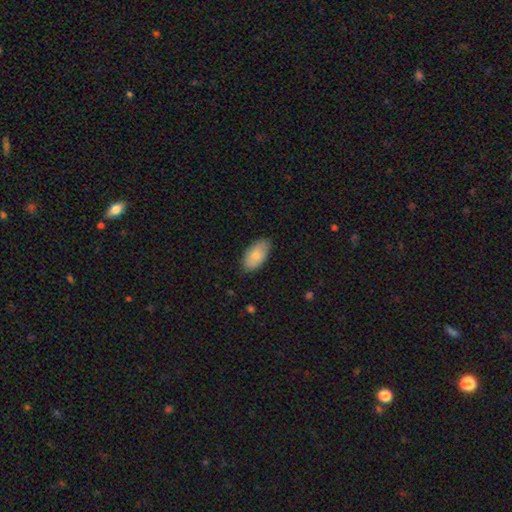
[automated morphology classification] Smooth or featured?
  - smooth: 83% *
  - featured or disk: 11%
  - star or artifact: 6%
How rounded?
  - in between: 95% *
  - round: 3%
  - cigar-shaped: 3%
Merging?
  - none: 83% *
  - minor disturbance: 13%
  - major disturbance: 2%
  - merger: 1%